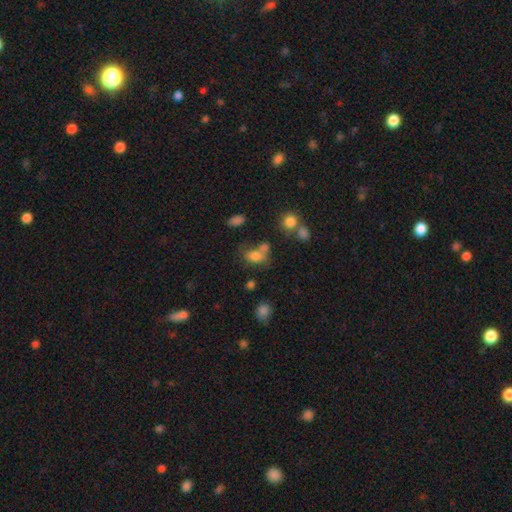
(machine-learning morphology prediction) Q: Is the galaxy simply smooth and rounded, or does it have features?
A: smooth — 73%.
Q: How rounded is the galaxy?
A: in between — 71%.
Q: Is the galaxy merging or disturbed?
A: none — 39%.